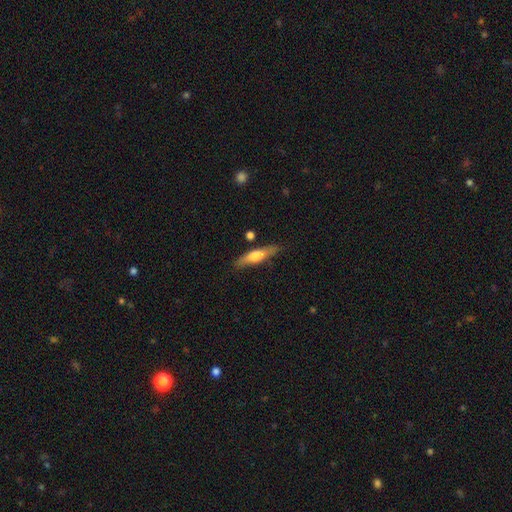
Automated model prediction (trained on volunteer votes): Smooth or featured?
  - smooth: 52% *
  - featured or disk: 42%
  - star or artifact: 6%
How rounded?
  - cigar-shaped: 76% *
  - in between: 22%
  - round: 2%
Merging?
  - none: 79% *
  - minor disturbance: 14%
  - merger: 4%
  - major disturbance: 3%